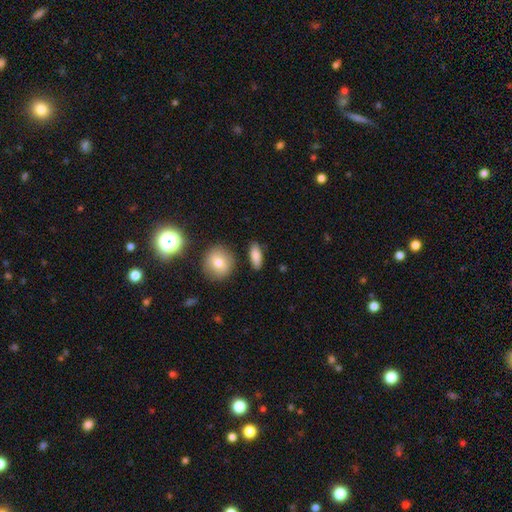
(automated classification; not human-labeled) This is clearly a smooth galaxy (83%). How rounded: likely in between (74%). Merging: clearly none (85%).